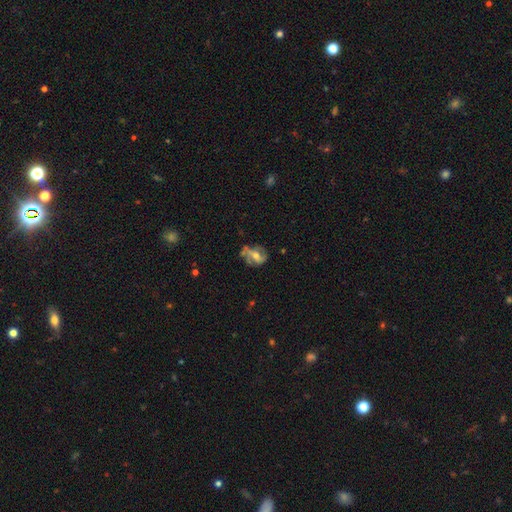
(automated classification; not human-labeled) Smooth or featured? Predicted: featured or disk (p=0.68). Edge-on disk? Predicted: no (p=0.96). Bar? Predicted: no (p=0.40). Spiral arms? Predicted: yes (p=0.74). Bulge size? Predicted: moderate (p=0.60). Merging? Predicted: none (p=0.50).